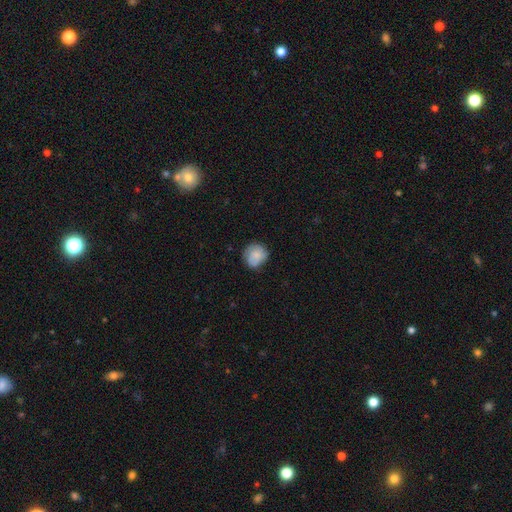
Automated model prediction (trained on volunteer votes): This is likely a smooth galaxy (74%). How rounded: clearly round (83%). Merging: likely none (68%).